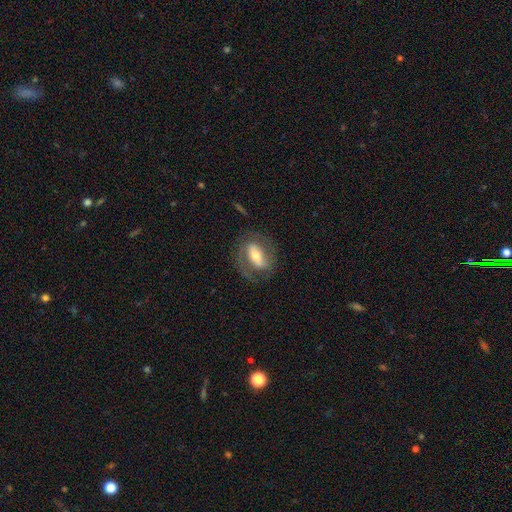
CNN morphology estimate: smooth_or_featured: featured or disk (p=0.66) [alt: smooth p=0.27]
disk_edge_on: no (p=0.90) [alt: yes p=0.10]
bar: strong (p=0.50) [alt: weak p=0.28]
has_spiral_arms: yes (p=0.76) [alt: no p=0.24]
bulge_size: moderate (p=0.60) [alt: small p=0.28]
merging: none (p=0.70) [alt: minor disturbance p=0.16]